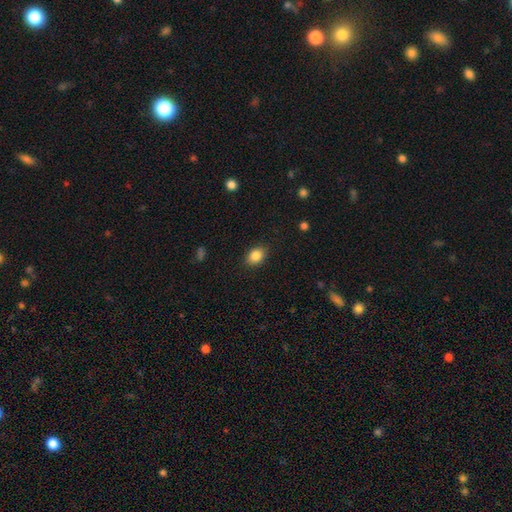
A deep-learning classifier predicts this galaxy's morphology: Smooth or featured? smooth (86%)
How rounded? in between (66%)
Merging? none (86%)